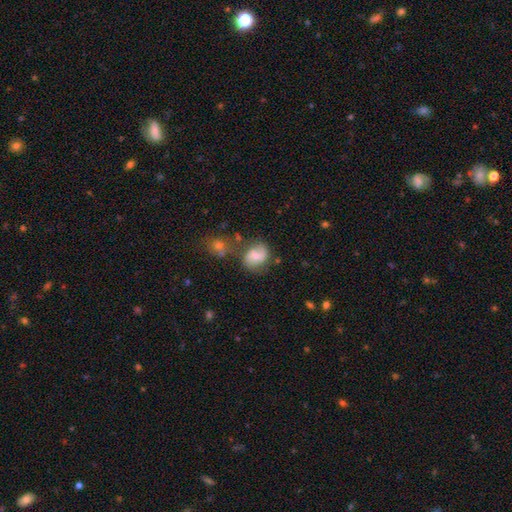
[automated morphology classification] smooth_or_featured: smooth (p=0.49) [alt: featured or disk p=0.42]
merging: none (p=0.60) [alt: minor disturbance p=0.21]